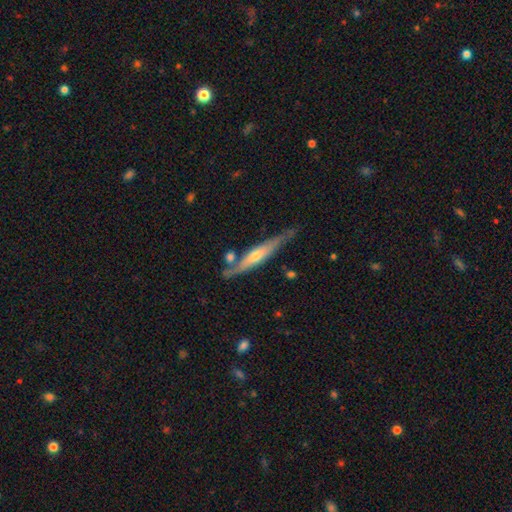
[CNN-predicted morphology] This appears to be a featured or disk galaxy (68%) viewed edge-on (90%) with a rounded central bulge (72%). Merging: none (71%).